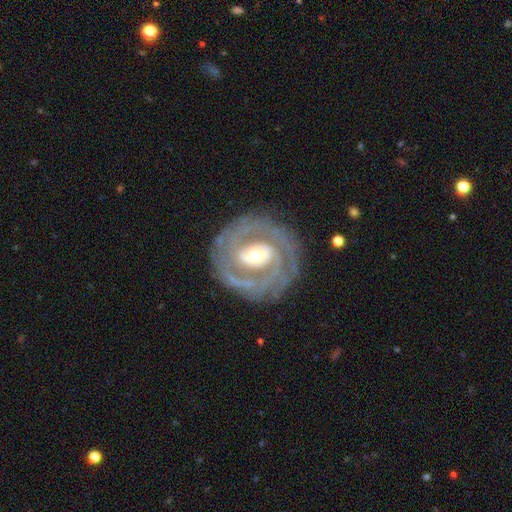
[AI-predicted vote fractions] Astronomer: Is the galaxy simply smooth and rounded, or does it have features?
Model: featured or disk — 87%.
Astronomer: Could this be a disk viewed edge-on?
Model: no — 97%.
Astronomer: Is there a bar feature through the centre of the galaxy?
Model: weak — 41% (runner-up: strong, 30%).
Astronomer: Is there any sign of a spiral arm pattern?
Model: yes — 93%.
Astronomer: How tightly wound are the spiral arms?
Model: tight — 69%.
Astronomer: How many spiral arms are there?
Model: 2 — 54%.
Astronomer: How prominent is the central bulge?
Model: moderate — 58% (runner-up: small, 33%).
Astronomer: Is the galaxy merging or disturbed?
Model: none — 81%.